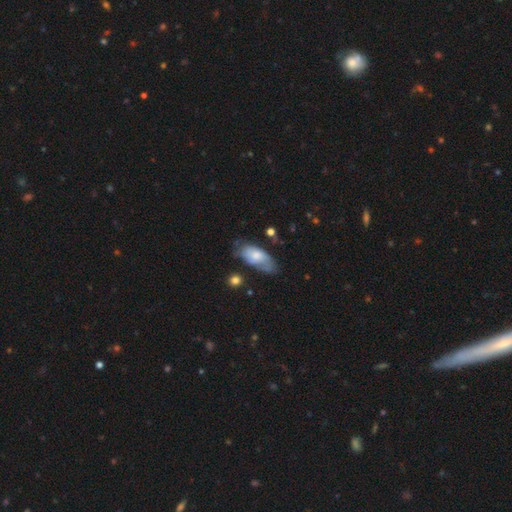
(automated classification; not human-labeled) A smooth galaxy with no disk features (59%) that is in between round and cigar-shaped (89%). Merging: none (47%).